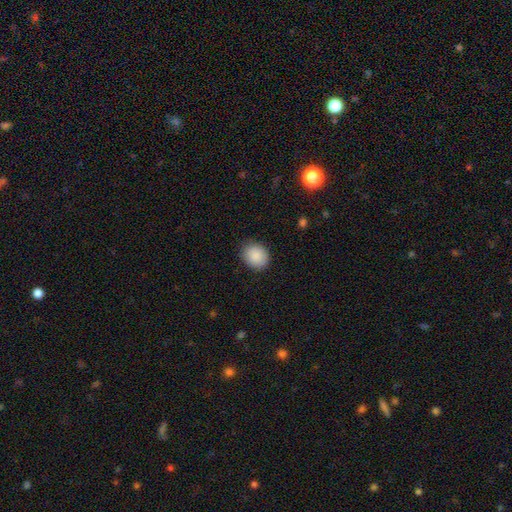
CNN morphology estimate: Smooth or featured: smooth — 89% (star or artifact — 7%)
How rounded: round — 62% (in between — 37%)
Merging: none — 87% (minor disturbance — 10%)